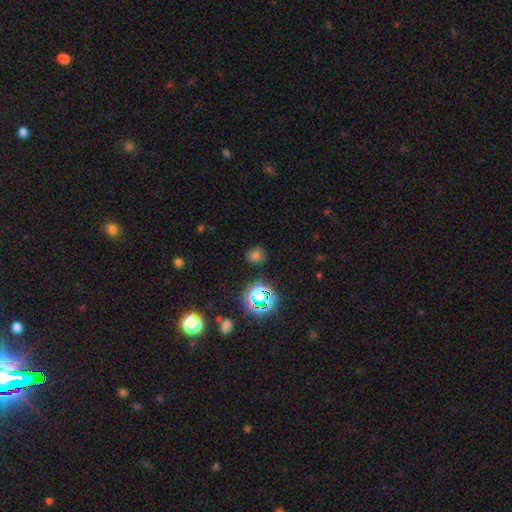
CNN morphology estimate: smooth 64%, star or artifact 28%, featured or disk 9%. Down the decision tree: how rounded — round (73%); merging — none (81%).